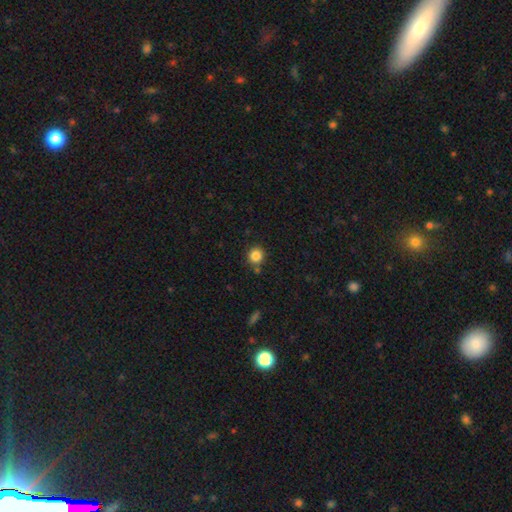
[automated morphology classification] This appears to be a smooth galaxy with no disk features (85%) that is round (90%). Merging: none (80%).